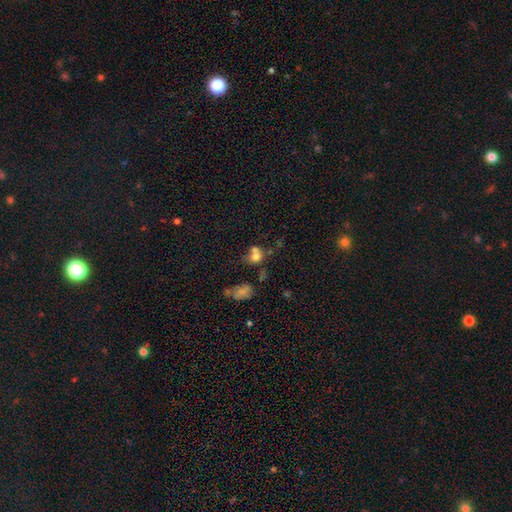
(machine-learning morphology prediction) Smooth or featured: smooth — 70% (featured or disk — 16%)
How rounded: round — 68% (in between — 31%)
Merging: merger — 49% (none — 33%)